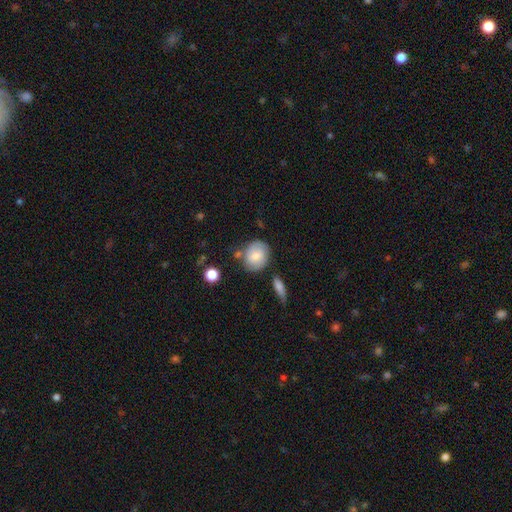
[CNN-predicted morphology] smooth-or-featured: smooth: 70% | featured or disk: 23% | star or artifact: 7%
  how-rounded: round: 61% | in between: 38% | cigar-shaped: 1%
  merging: none: 68% | minor disturbance: 18% | merger: 10% | major disturbance: 5%